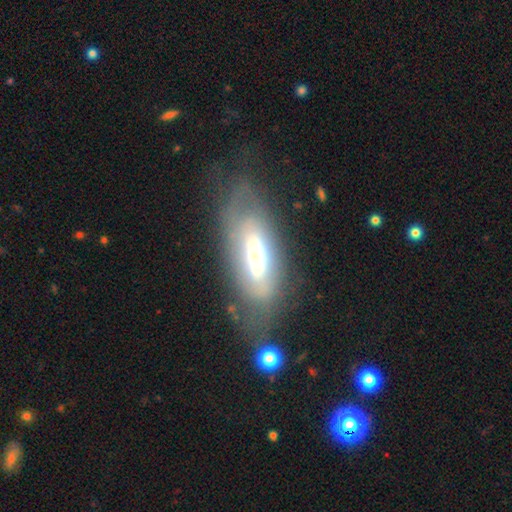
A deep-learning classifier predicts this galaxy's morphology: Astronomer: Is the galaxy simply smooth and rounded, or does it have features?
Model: featured or disk — 67%.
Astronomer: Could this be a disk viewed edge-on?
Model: no — 77%.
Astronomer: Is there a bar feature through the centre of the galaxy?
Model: no — 41% (runner-up: weak, 33%).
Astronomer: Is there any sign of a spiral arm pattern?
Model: yes — 53% (runner-up: no, 47%).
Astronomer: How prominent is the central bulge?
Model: moderate — 48% (runner-up: large, 28%).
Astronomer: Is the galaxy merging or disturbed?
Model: none — 68%.